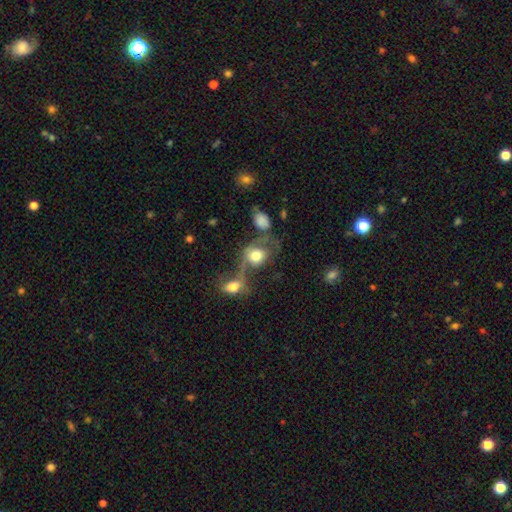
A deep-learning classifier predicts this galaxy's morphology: The model was most divided on "how rounded": in between: 50%, round: 48%, cigar-shaped: 2%. More confident: smooth or featured — smooth (65%); merging — merger (51%).